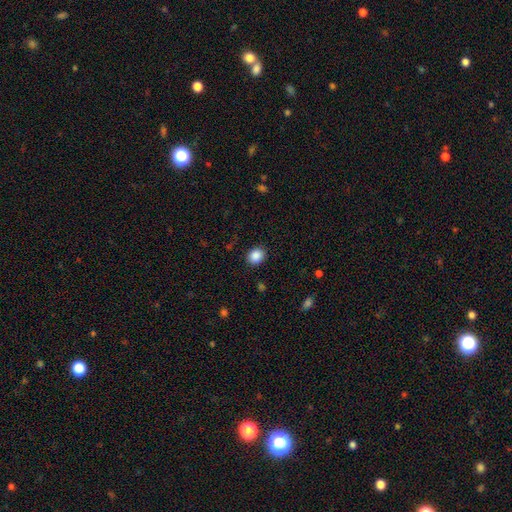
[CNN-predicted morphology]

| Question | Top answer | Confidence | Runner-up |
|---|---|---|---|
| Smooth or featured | smooth | 88% | star or artifact (9%) |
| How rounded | round | 68% | in between (31%) |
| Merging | none | 89% | minor disturbance (8%) |